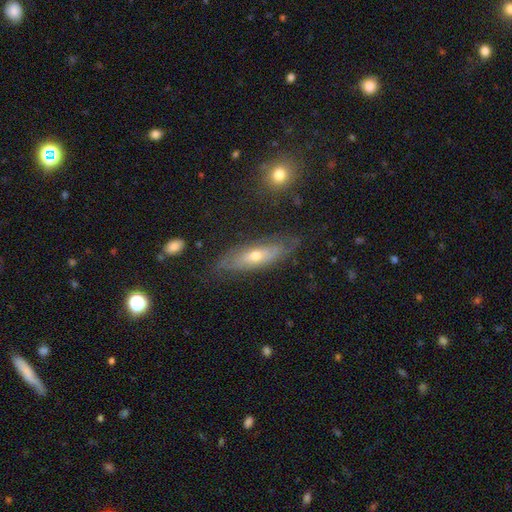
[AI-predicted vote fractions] Smooth or featured? Predicted: featured or disk (p=0.58). Edge-on disk? Predicted: no (p=0.60). Merging? Predicted: none (p=0.72).